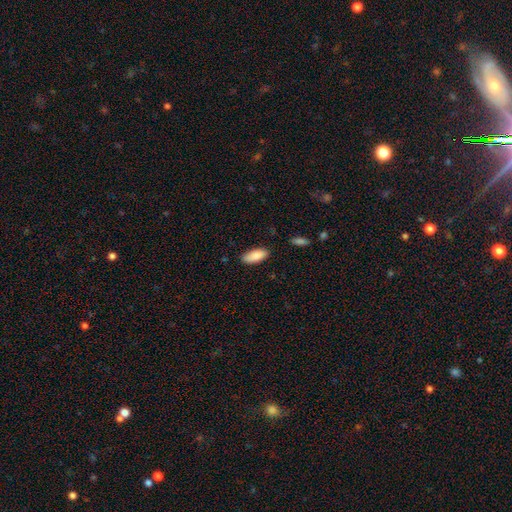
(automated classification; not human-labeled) A smooth galaxy with no disk features (88%) that is in between round and cigar-shaped (84%).

Vote fractions:
- Smooth or featured? smooth: 88% / star or artifact: 6% / featured or disk: 6%
- How rounded? in between: 84% / cigar-shaped: 14% / round: 2%
- Merging? none: 84% / minor disturbance: 12% / major disturbance: 2% / merger: 2%